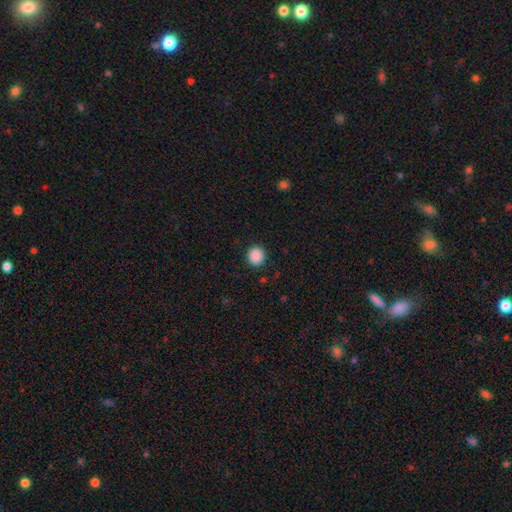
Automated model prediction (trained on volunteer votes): Smooth or featured? smooth (89%)
How rounded? round (89%)
Merging? none (91%)